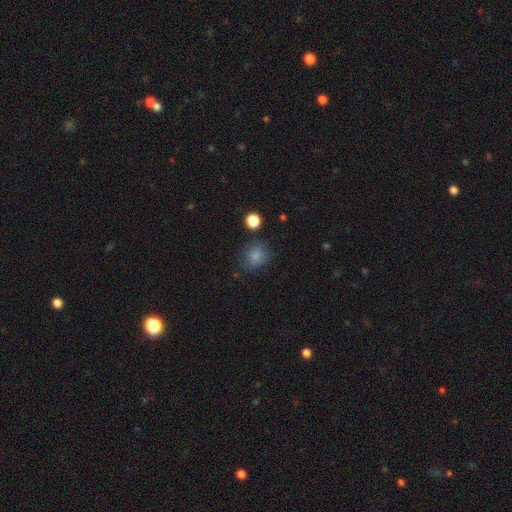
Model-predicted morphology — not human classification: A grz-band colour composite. It shows a smooth galaxy with no disk features (83%) that is round (73%). Merging: none (75%).